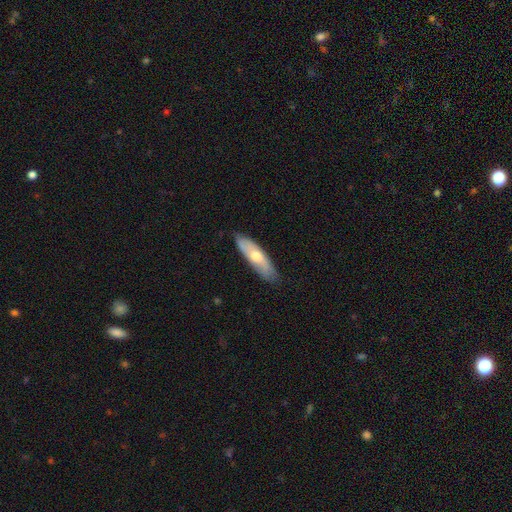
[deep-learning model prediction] Overall: smooth (56%; featured or disk 38%). How rounded: cigar-shaped (56%; in between 42%). Merging: none (80%).